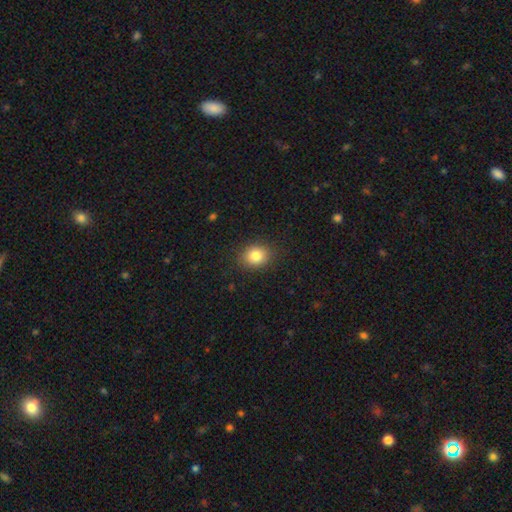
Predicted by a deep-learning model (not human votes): smooth_or_featured: smooth (p=0.83) [alt: star or artifact p=0.10]
how_rounded: round (p=0.61) [alt: in between p=0.38]
merging: none (p=0.88) [alt: minor disturbance p=0.09]